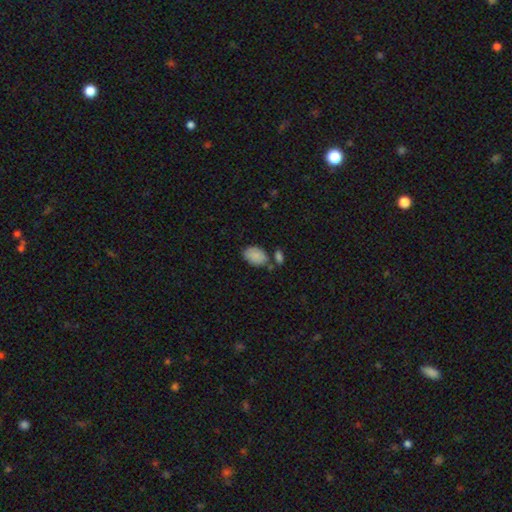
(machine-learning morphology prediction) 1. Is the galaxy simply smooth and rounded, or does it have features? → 87% smooth, 7% star or artifact, 5% featured or disk.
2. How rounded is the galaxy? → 88% in between, 11% round, 1% cigar-shaped.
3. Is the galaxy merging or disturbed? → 62% none, 17% minor disturbance, 16% merger, 5% major disturbance.